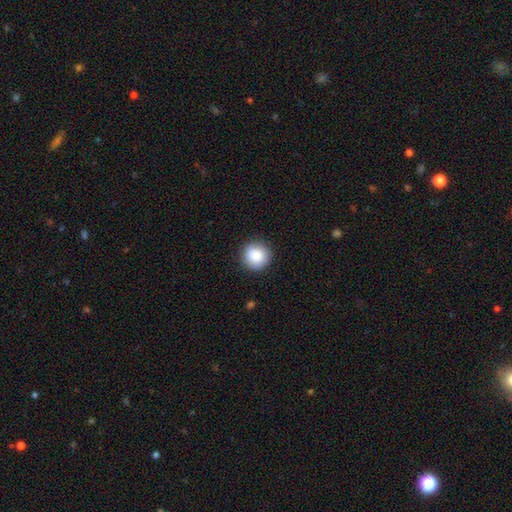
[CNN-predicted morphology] A smooth galaxy with no disk features (87%) that is round (94%). Merging: none (89%).